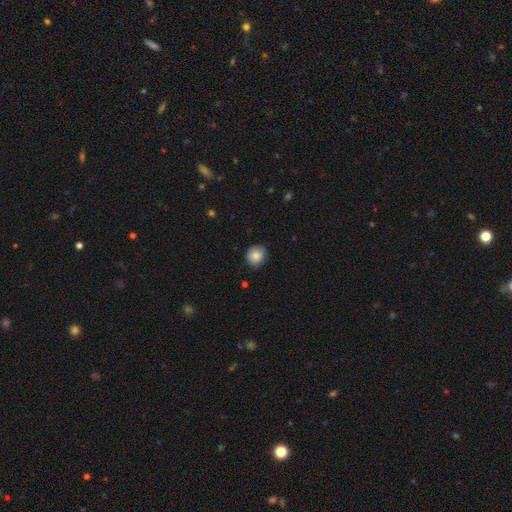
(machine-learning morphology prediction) A smooth galaxy with no disk features (85%) that is round (75%). Merging: none (83%).